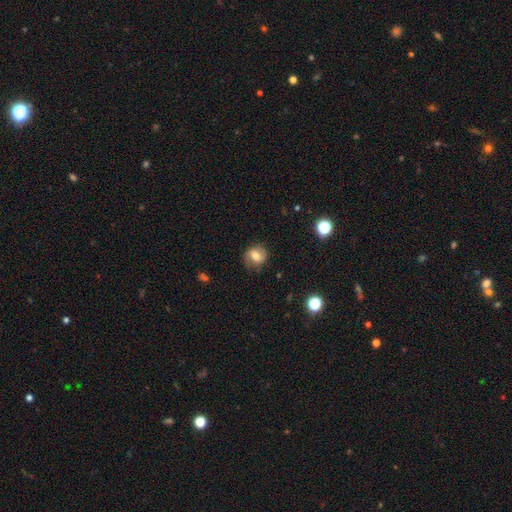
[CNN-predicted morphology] Smooth or featured? Predicted: featured or disk (p=0.47). Merging? Predicted: none (p=0.78).